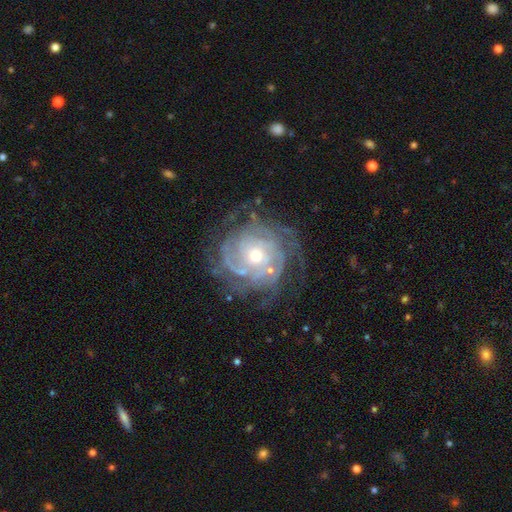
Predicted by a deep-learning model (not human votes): Smooth or featured: featured or disk — 85% (smooth — 8%)
Edge-on disk: no — 97% (yes — 3%)
Bar: no — 77% (weak — 18%)
Spiral arms: yes — 93% (no — 7%)
Spiral winding: tight — 71% (medium — 22%)
Spiral arm count: can't tell — 40% (3 — 16%)
Bulge size: moderate — 53% (small — 41%)
Merging: none — 68% (minor disturbance — 18%)